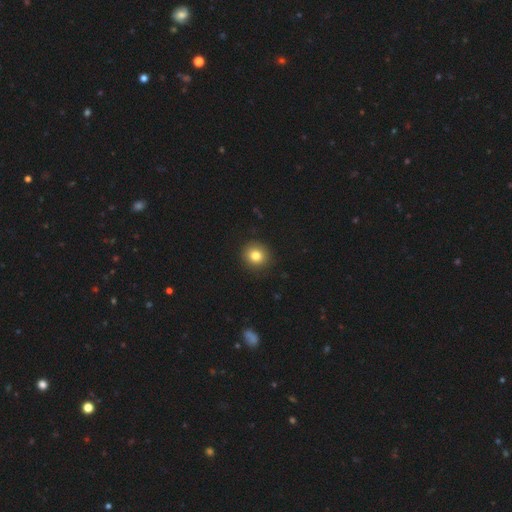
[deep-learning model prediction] This appears to be a smooth galaxy with no disk features (81%) that is round (89%). Merging: none (91%).